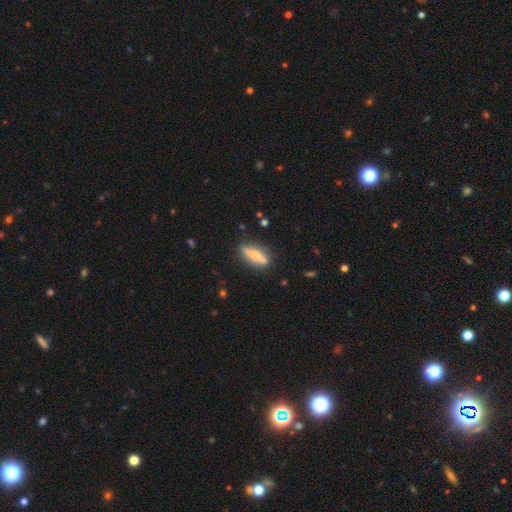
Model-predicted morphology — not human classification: Smooth or featured? smooth (54%)
How rounded? cigar-shaped (64%)
Merging? none (82%)